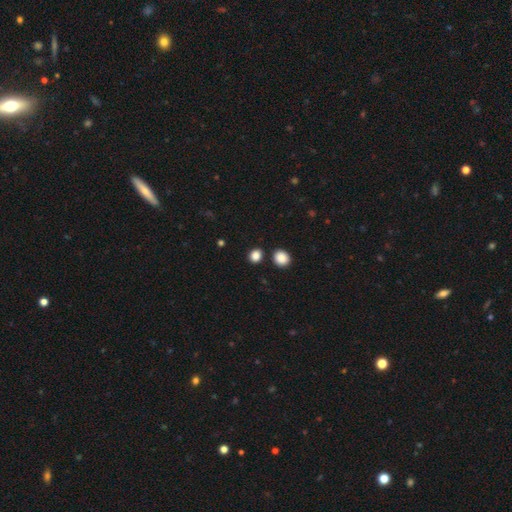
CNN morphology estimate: The model was most divided on "how rounded": round: 72%, in between: 27%, cigar-shaped: 1%. More confident: smooth or featured — smooth (86%); merging — none (82%).